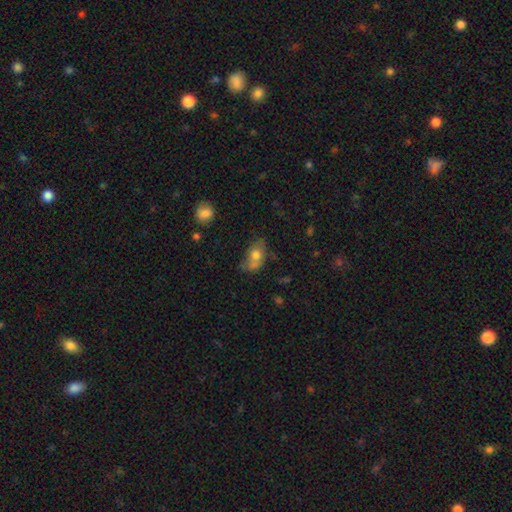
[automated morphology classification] This is likely a smooth galaxy (64%). How rounded: clearly in between (81%). Merging: possibly none (45%).